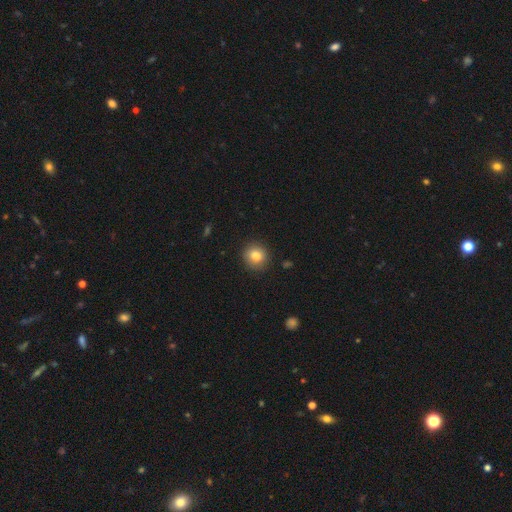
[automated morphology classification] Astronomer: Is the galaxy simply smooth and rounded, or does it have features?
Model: smooth — 83%.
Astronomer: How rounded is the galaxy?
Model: round — 88%.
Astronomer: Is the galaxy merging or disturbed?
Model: none — 90%.